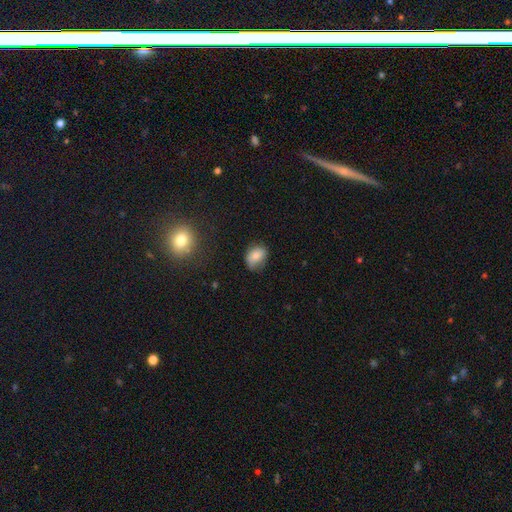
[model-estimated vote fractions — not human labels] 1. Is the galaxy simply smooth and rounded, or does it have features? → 77% smooth, 12% featured or disk, 10% star or artifact.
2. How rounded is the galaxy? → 67% in between, 32% round, 1% cigar-shaped.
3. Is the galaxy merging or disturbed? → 65% none, 27% minor disturbance, 7% major disturbance, 2% merger.